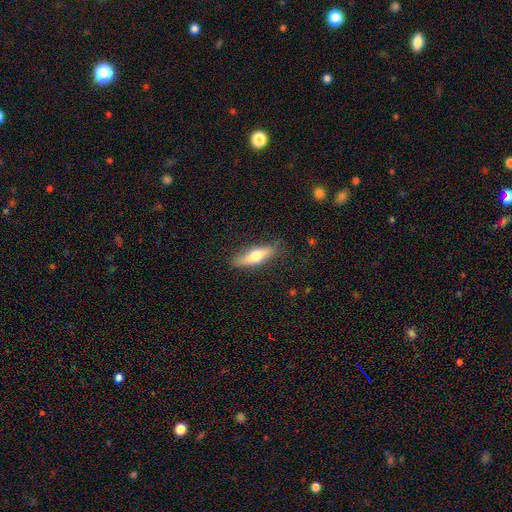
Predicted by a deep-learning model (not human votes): A smooth galaxy with no disk features (59%) that is cigar-shaped (59%).

Vote fractions:
- Smooth or featured? smooth: 59% / featured or disk: 35% / star or artifact: 6%
- How rounded? cigar-shaped: 59% / in between: 39% / round: 2%
- Merging? none: 82% / minor disturbance: 14% / major disturbance: 3% / merger: 1%